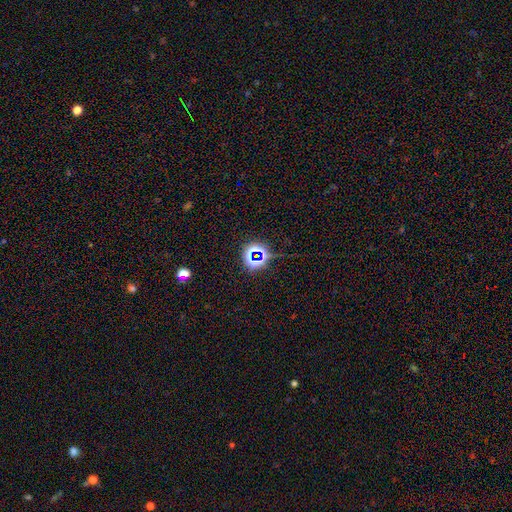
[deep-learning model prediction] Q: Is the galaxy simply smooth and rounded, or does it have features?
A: star or artifact — 74%.